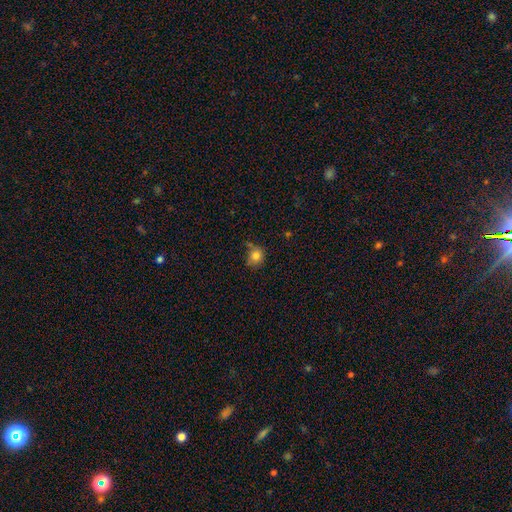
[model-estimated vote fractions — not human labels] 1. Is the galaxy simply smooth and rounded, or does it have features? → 82% smooth, 11% star or artifact, 8% featured or disk.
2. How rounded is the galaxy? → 77% round, 22% in between, 1% cigar-shaped.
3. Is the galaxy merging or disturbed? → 56% none, 27% minor disturbance, 9% major disturbance, 7% merger.